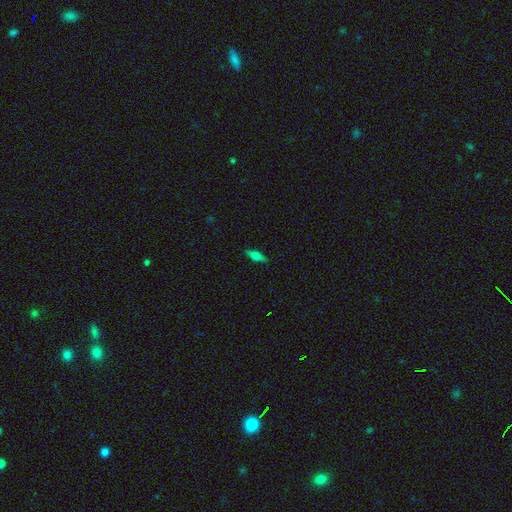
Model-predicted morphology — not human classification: This appears to be a smooth galaxy with no disk features (52%) that is cigar-shaped (48%, tied with in between). Merging: none (87%).